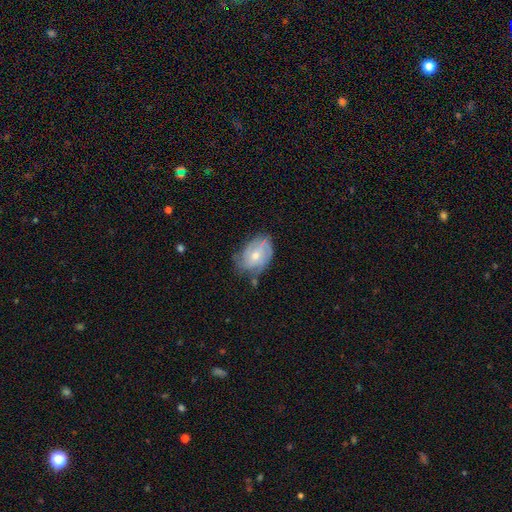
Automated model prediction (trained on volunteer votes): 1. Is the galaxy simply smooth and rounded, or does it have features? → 67% featured or disk, 26% smooth, 7% star or artifact.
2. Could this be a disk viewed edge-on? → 96% no, 4% yes.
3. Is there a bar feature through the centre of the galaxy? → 74% no, 22% weak, 3% strong.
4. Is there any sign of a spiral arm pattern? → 83% yes, 17% no.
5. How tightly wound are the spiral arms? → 57% tight, 31% medium, 11% loose.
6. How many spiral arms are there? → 42% can't tell, 21% 3, 17% 2, 10% 4, 5% 1, 4% more than 4.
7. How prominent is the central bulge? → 55% moderate, 41% small, 2% large, 1% none, 1% dominant.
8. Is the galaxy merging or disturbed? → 61% none, 27% minor disturbance, 8% major disturbance, 3% merger.